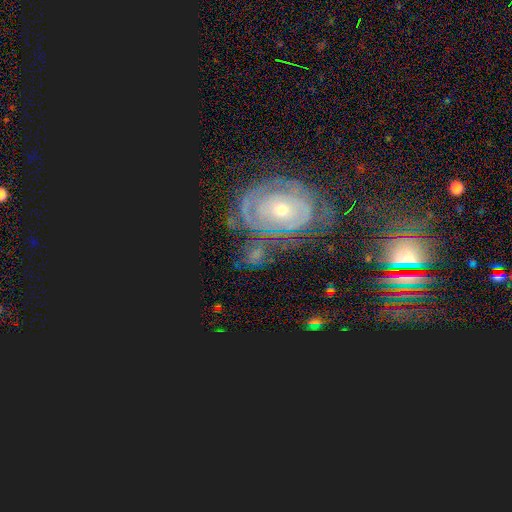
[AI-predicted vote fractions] This is likely a featured or disk galaxy (64%). It is clearly not viewed edge-on (95%). Bar: likely no (71%). Spiral arm pattern: clearly yes (81%). Central bulge: possibly small (52%). Merging: possibly none (60%).